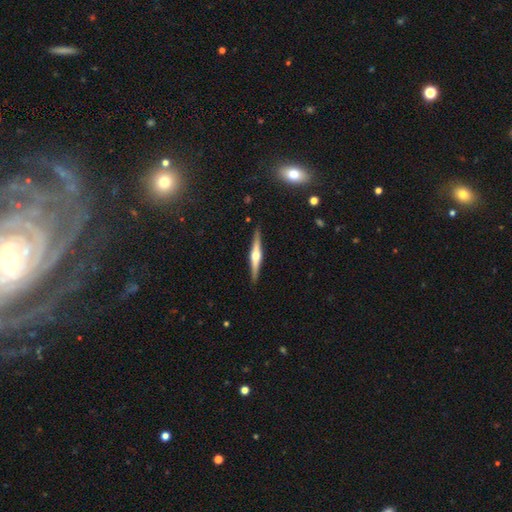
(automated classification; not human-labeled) This appears to be a featured or disk galaxy (76%) viewed edge-on (98%) with a rounded central bulge (92%). Merging: none (91%).